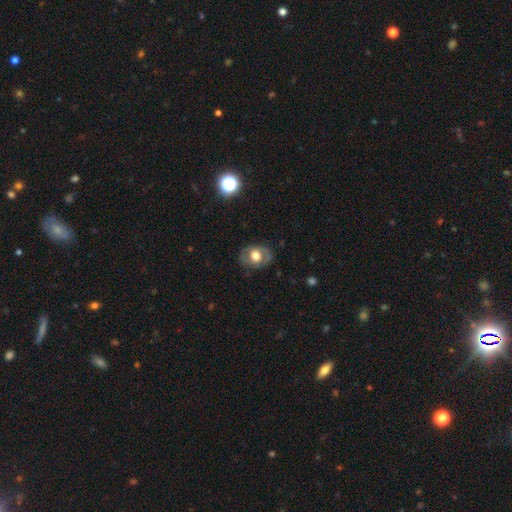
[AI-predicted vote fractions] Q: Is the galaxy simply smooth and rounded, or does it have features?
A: featured or disk — 46%.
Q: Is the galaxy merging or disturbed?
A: none — 76%.